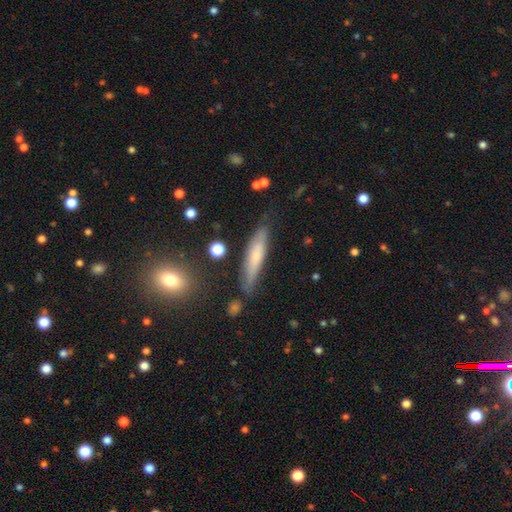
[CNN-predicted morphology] Overall: smooth (57%; featured or disk 35%). How rounded: cigar-shaped (84%). Merging: none (75%).